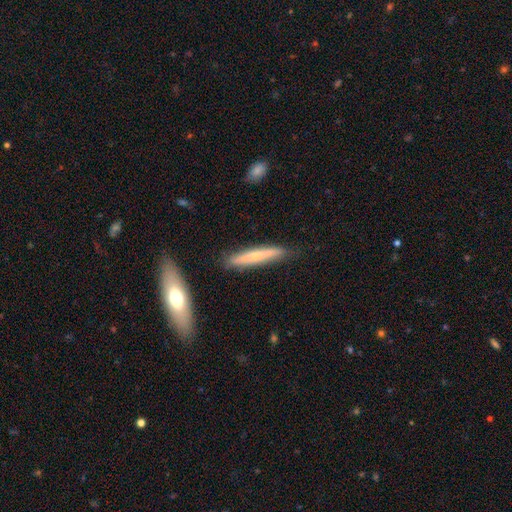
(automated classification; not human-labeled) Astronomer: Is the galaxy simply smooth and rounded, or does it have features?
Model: smooth — 52% (runner-up: featured or disk, 42%).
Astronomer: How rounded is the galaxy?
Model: cigar-shaped — 92%.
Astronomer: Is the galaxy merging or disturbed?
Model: none — 84%.